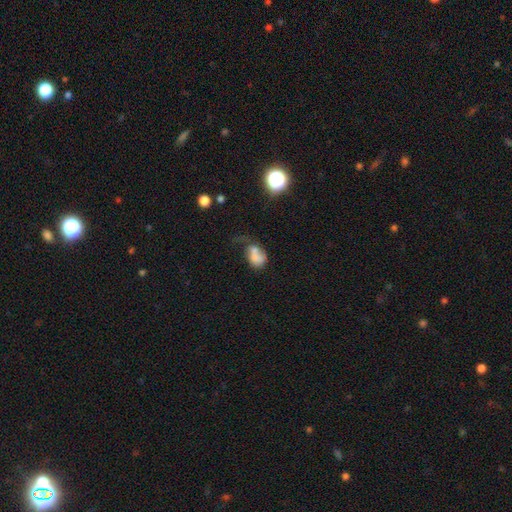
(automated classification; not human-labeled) Smooth or featured? smooth (63%)
How rounded? in between (66%)
Merging? merger (34%)